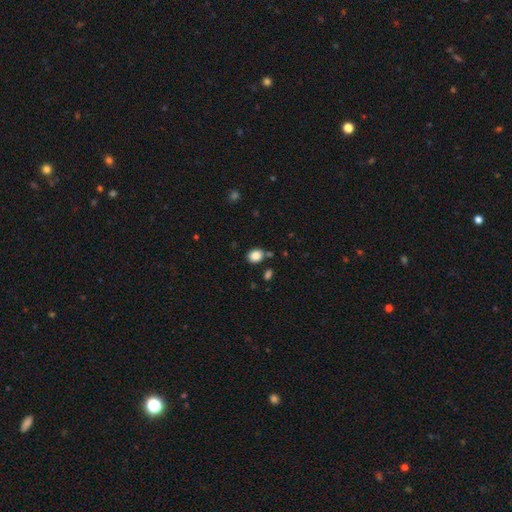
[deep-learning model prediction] The model was most divided on "how rounded": round: 59%, in between: 40%, cigar-shaped: 1%. More confident: smooth or featured — smooth (86%); merging — none (77%).